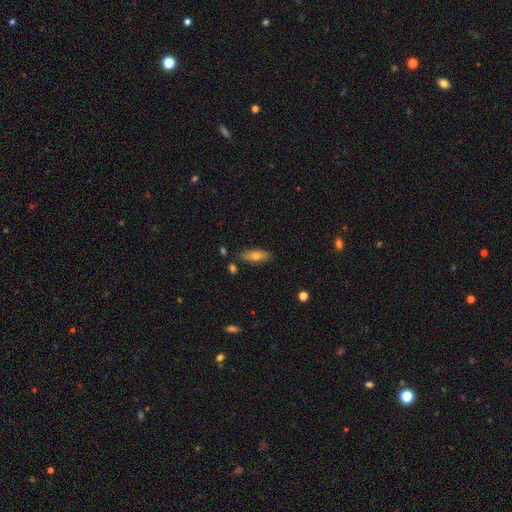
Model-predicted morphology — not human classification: smooth-or-featured: smooth: 65% | featured or disk: 27% | star or artifact: 8%
  how-rounded: in between: 63% | cigar-shaped: 34% | round: 3%
  merging: none: 82% | minor disturbance: 12% | merger: 3% | major disturbance: 2%